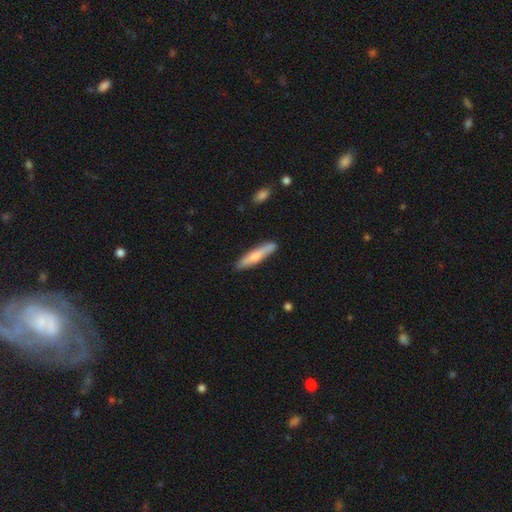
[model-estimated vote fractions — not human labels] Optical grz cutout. It shows a smooth galaxy with no disk features (68%) that is cigar-shaped (88%). Merging: none (82%).